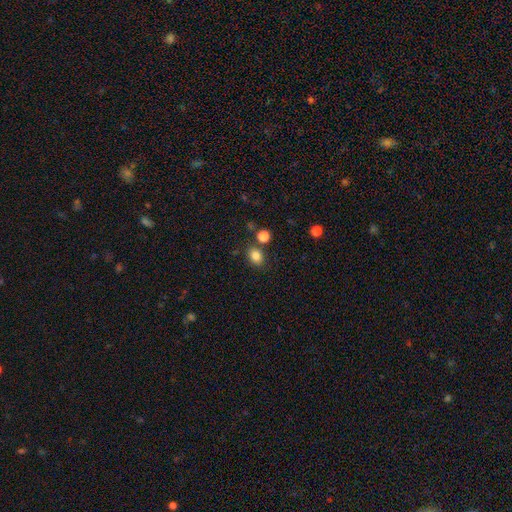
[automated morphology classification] type=smooth (84%); roundness=in between (56%); merging=none (76%).